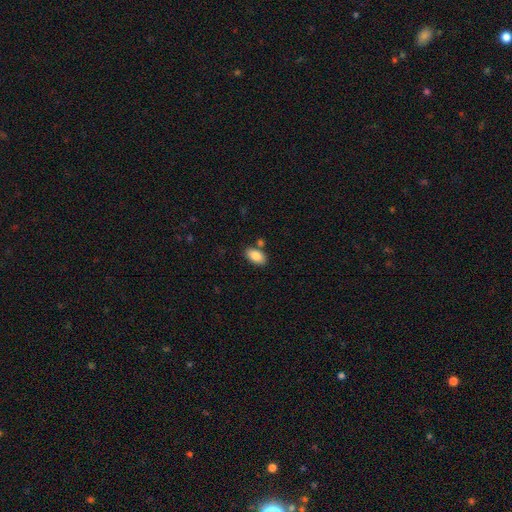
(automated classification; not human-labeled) The model was most divided on "merging": none: 77%, minor disturbance: 11%, merger: 9%, major disturbance: 3%. More confident: how rounded — in between (93%); smooth or featured — smooth (86%).